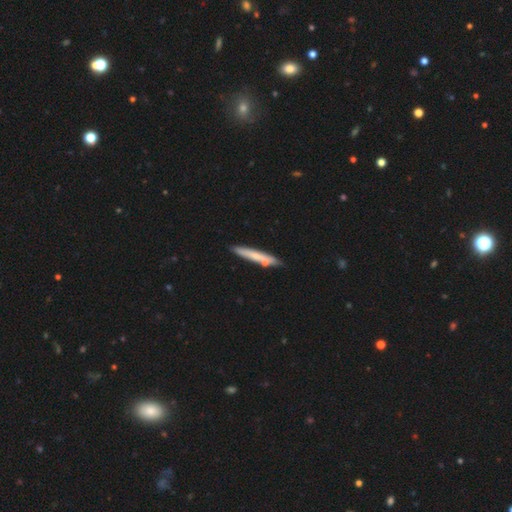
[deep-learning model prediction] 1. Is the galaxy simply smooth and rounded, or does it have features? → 61% smooth, 33% featured or disk, 6% star or artifact.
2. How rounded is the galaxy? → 94% cigar-shaped, 5% in between, 1% round.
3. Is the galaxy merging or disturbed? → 76% none, 13% minor disturbance, 8% merger, 3% major disturbance.